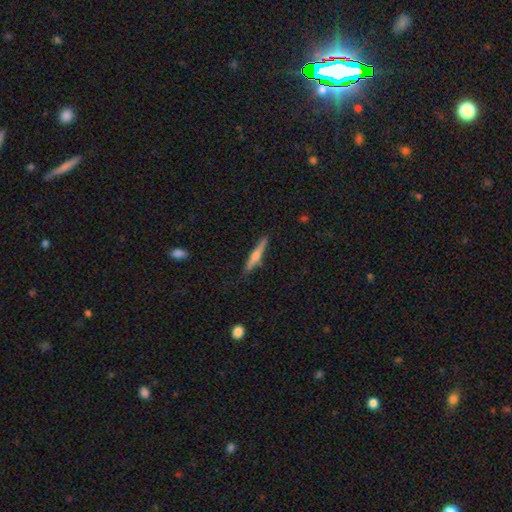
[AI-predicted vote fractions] Smooth or featured: featured or disk — 58% (smooth — 36%)
Edge-on disk: yes — 97% (no — 3%)
Edge-on bulge: rounded — 84% (none — 11%)
Merging: none — 86% (minor disturbance — 11%)